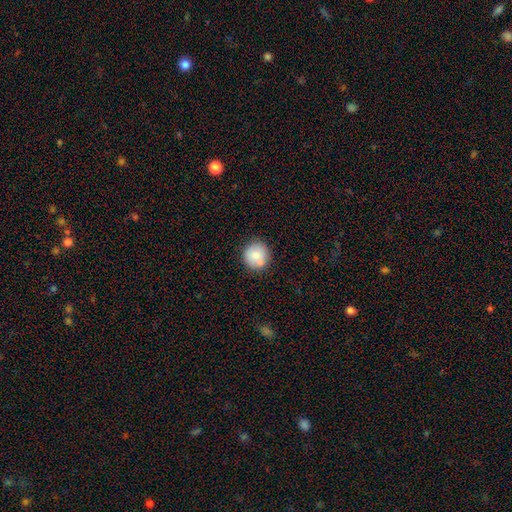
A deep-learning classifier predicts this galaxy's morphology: smooth 80%, featured or disk 12%, star or artifact 8%. Down the decision tree: how rounded — round (93%); merging — none (77%).